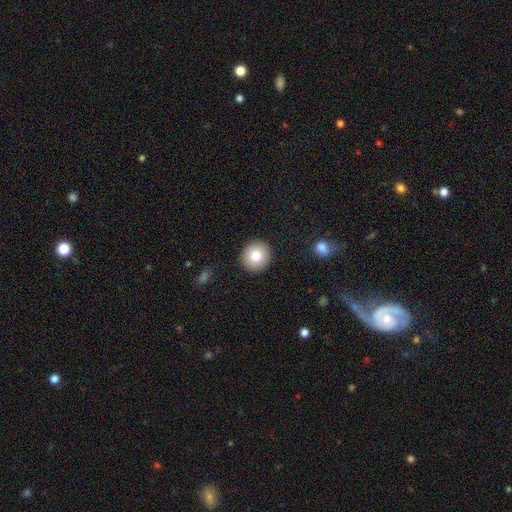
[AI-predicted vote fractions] Q: Smooth or featured?
A: smooth (79%); runner-up: featured or disk (12%)
Q: How rounded?
A: round (92%); runner-up: in between (7%)
Q: Merging?
A: none (91%); runner-up: minor disturbance (6%)